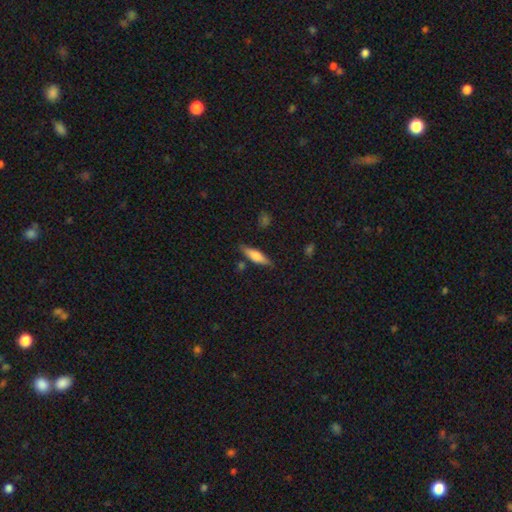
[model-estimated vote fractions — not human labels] Morphology: type=smooth (65%); roundness=cigar-shaped (65%); merging=none (80%).